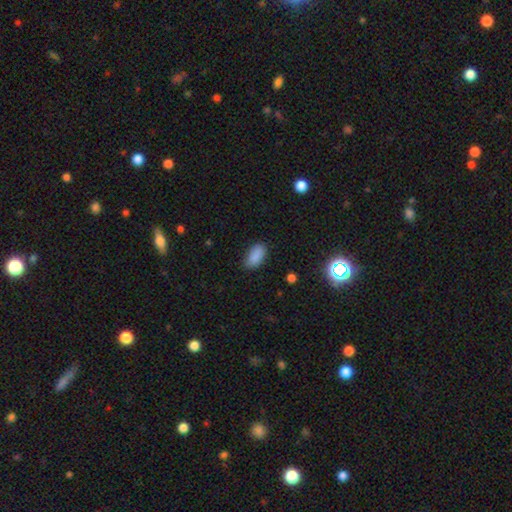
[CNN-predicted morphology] The model was most divided on "merging": none: 76%, minor disturbance: 19%, major disturbance: 3%, merger: 1%. More confident: how rounded — in between (93%); smooth or featured — smooth (87%).